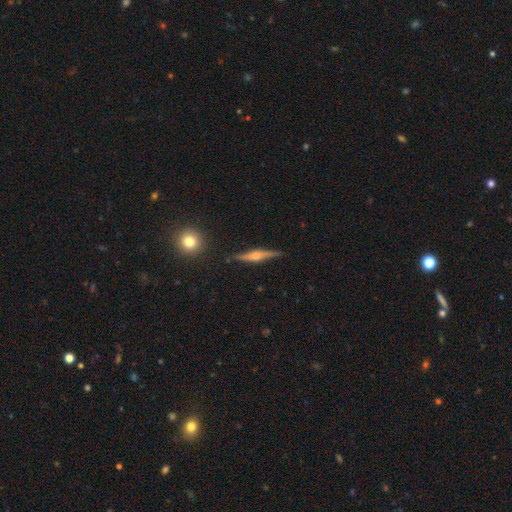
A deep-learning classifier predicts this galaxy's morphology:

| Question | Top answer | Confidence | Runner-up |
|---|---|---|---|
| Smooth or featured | featured or disk | 75% | smooth (18%) |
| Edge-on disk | yes | 97% | no (3%) |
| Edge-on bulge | rounded | 81% | boxy (14%) |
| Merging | none | 86% | minor disturbance (10%) |